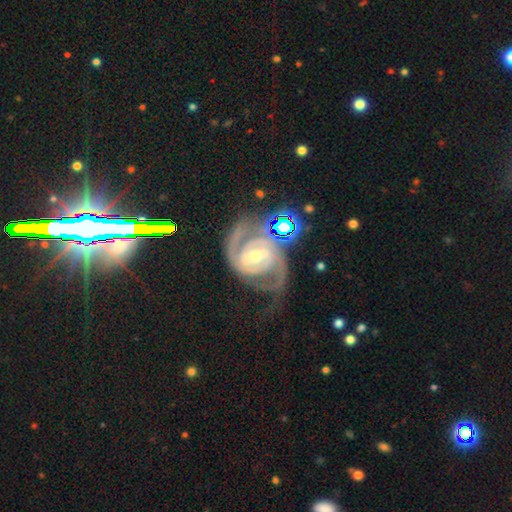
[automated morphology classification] This appears to be a featured or disk galaxy (91%) with a strong bar (50%), 2 (77%) tight (46%) spiral arms (98%) and a small central bulge (51%). Merging: none (56%).